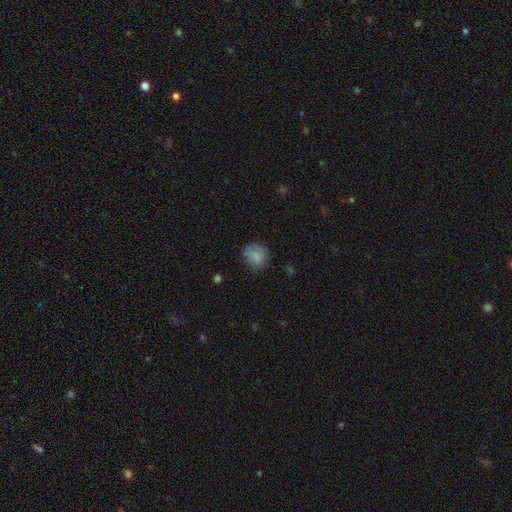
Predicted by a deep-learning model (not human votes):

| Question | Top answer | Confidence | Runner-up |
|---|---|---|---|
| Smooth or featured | smooth | 80% | featured or disk (10%) |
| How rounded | round | 74% | in between (25%) |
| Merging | none | 67% | minor disturbance (23%) |